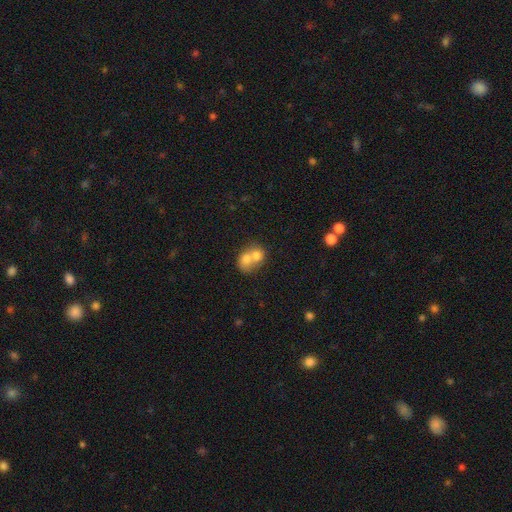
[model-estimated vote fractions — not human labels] This is likely a smooth galaxy (69%). How rounded: possibly round (58%). Merging: likely merger (76%).